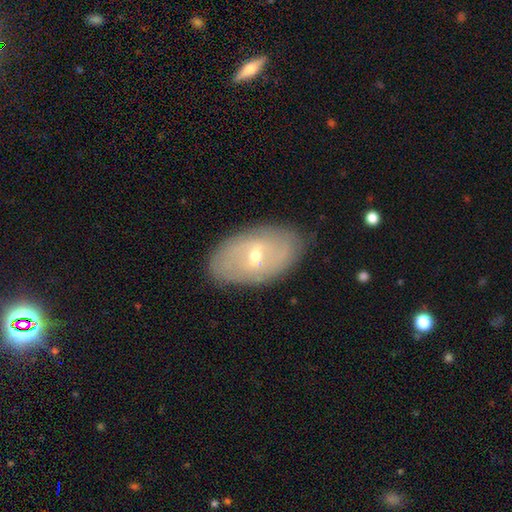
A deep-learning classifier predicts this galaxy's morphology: A featured or disk galaxy (64%) with a weak bar (53%), spiral arms (61%) and a small central bulge (54%). Merging: none (82%).